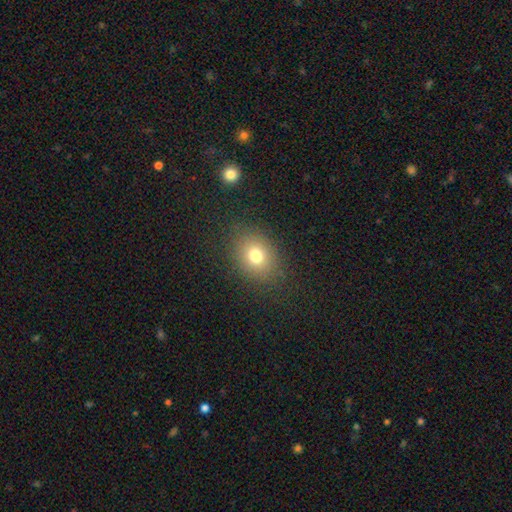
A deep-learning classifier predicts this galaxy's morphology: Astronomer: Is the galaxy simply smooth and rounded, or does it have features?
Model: smooth — 74%.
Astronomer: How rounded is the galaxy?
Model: round — 52% (runner-up: in between, 47%).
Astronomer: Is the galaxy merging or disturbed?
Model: none — 85%.